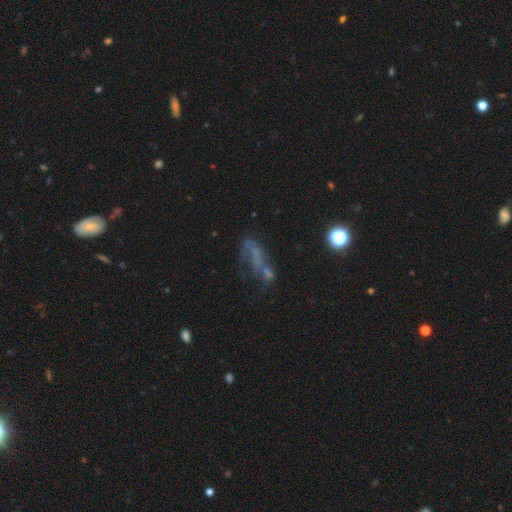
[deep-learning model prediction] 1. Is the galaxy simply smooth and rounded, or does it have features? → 43% featured or disk, 32% smooth, 25% star or artifact.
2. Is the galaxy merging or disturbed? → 33% none, 30% major disturbance, 19% merger, 18% minor disturbance.